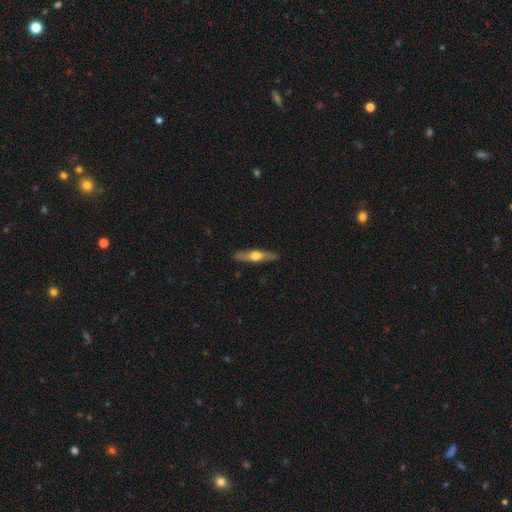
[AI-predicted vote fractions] A featured or disk galaxy (55%) viewed edge-on (90%). Merging: none (88%).